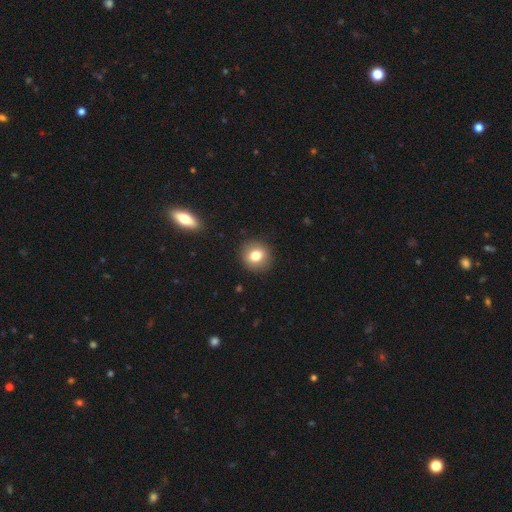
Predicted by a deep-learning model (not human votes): A smooth galaxy with no disk features (79%) that is round (83%).

Vote fractions:
- Smooth or featured? smooth: 79% / featured or disk: 11% / star or artifact: 10%
- How rounded? round: 83% / in between: 15% / cigar-shaped: 1%
- Merging? none: 90% / minor disturbance: 7% / major disturbance: 2% / merger: 1%